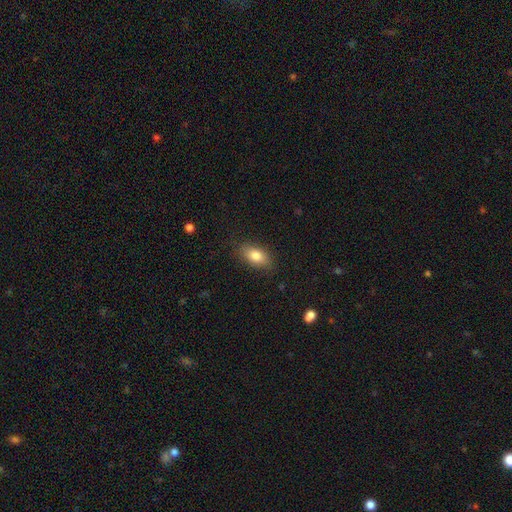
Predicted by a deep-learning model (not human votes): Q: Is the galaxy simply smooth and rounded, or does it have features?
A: smooth — 81%.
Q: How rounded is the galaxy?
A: in between — 87%.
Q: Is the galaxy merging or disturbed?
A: none — 83%.